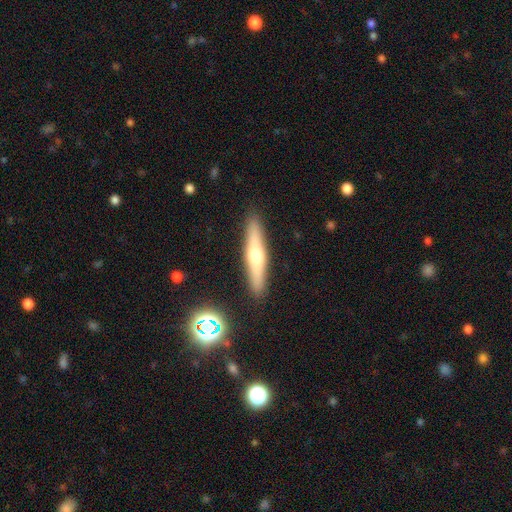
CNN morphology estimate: type=featured or disk (48%); merging=none (90%).